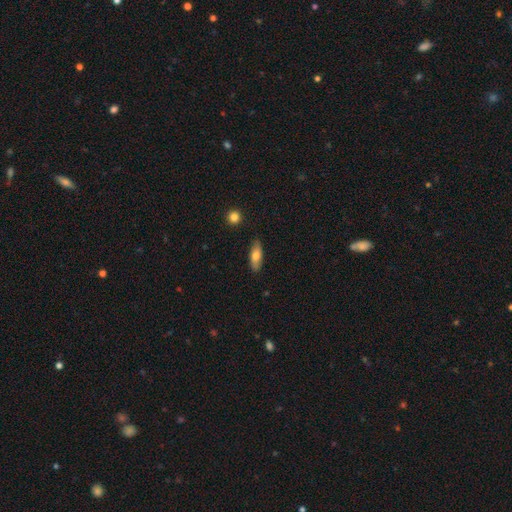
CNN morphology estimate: Q: Smooth or featured?
A: smooth (72%); runner-up: featured or disk (22%)
Q: How rounded?
A: in between (66%); runner-up: cigar-shaped (31%)
Q: Merging?
A: none (85%); runner-up: minor disturbance (12%)